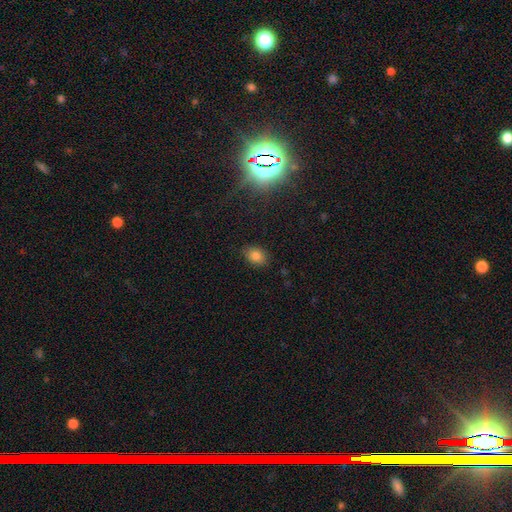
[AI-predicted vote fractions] The model was most divided on "how rounded": in between: 74%, round: 24%, cigar-shaped: 1%. More confident: merging — none (85%); smooth or featured — smooth (82%).